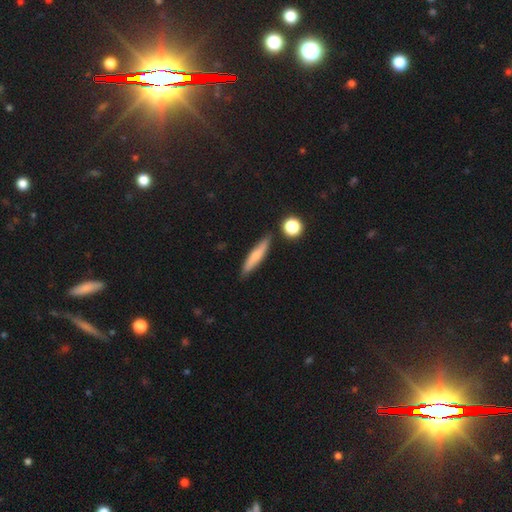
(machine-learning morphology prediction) Smooth or featured: smooth — 69% (featured or disk — 24%)
How rounded: cigar-shaped — 86% (in between — 12%)
Merging: none — 82% (minor disturbance — 12%)